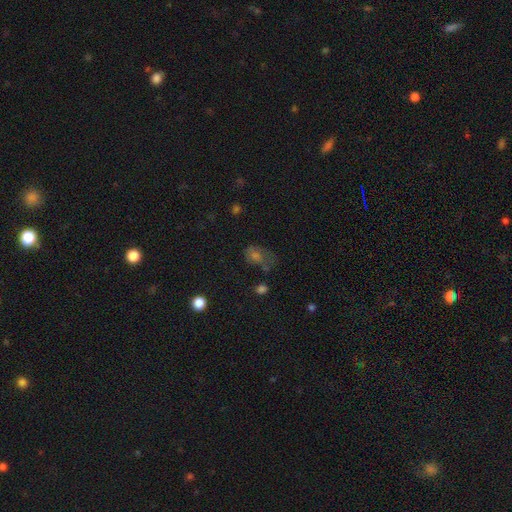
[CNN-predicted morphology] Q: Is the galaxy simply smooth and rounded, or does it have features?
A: smooth — 51%.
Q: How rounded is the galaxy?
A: in between — 71%.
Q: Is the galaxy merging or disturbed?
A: none — 37%.